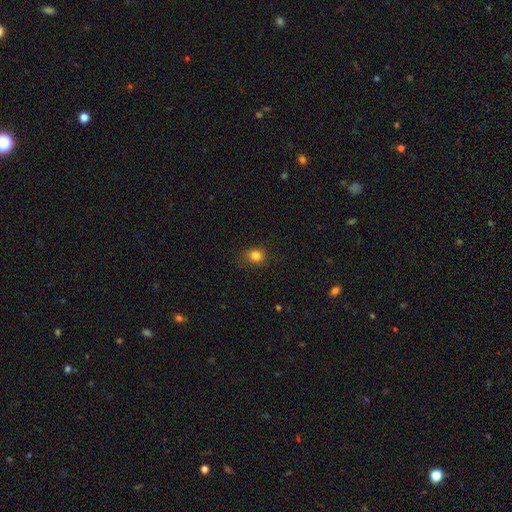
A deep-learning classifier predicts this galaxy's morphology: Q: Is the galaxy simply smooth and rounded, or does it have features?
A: smooth — 83%.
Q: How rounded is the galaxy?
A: round — 67%.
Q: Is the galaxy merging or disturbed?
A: none — 78%.